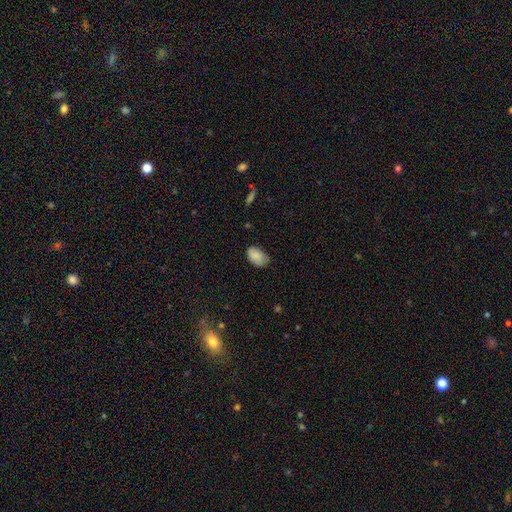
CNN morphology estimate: Overall: smooth (84%). How rounded: in between (91%). Merging: none (69%).